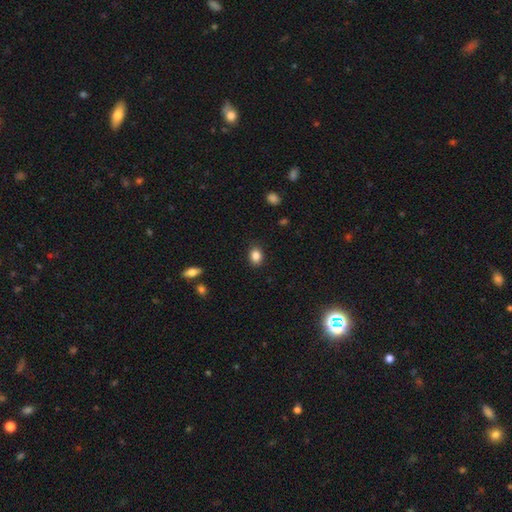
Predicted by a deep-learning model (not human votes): Smooth or featured? smooth (86%)
How rounded? in between (57%)
Merging? none (88%)